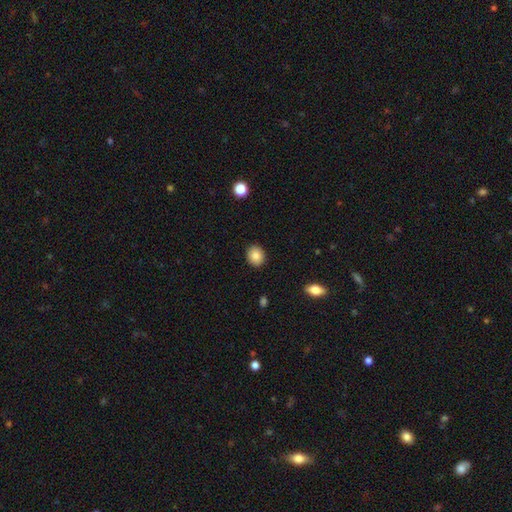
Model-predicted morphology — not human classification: This appears to be a smooth galaxy with no disk features (86%) that is round (72%). Merging: none (91%).